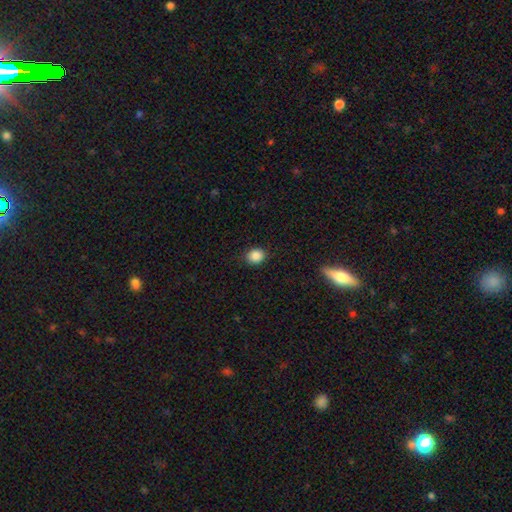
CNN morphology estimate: Smooth or featured?
  - smooth: 87% *
  - star or artifact: 10%
  - featured or disk: 4%
How rounded?
  - round: 61% *
  - in between: 38%
  - cigar-shaped: 1%
Merging?
  - none: 87% *
  - minor disturbance: 9%
  - major disturbance: 3%
  - merger: 1%